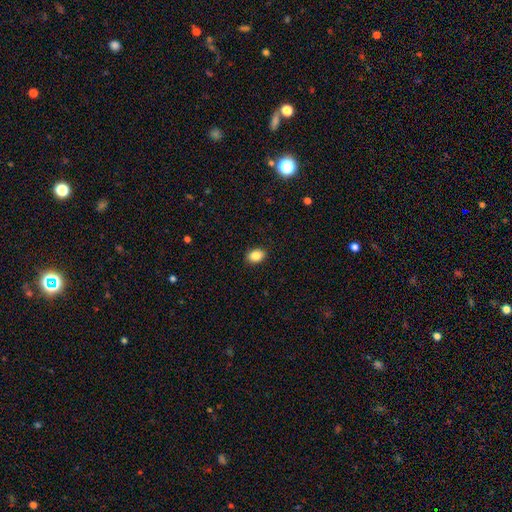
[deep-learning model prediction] A smooth galaxy with no disk features (87%) that is in between round and cigar-shaped (77%).

Vote fractions:
- Smooth or featured? smooth: 87% / star or artifact: 8% / featured or disk: 4%
- How rounded? in between: 77% / round: 22% / cigar-shaped: 1%
- Merging? none: 90% / minor disturbance: 8% / major disturbance: 2% / merger: 1%